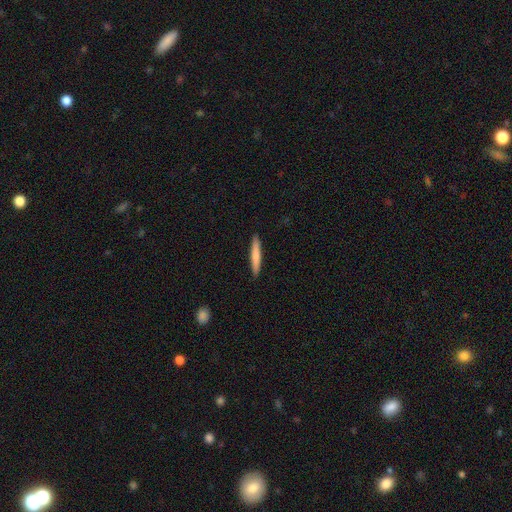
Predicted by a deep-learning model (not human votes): Smooth or featured? smooth (73%)
How rounded? cigar-shaped (94%)
Merging? none (91%)